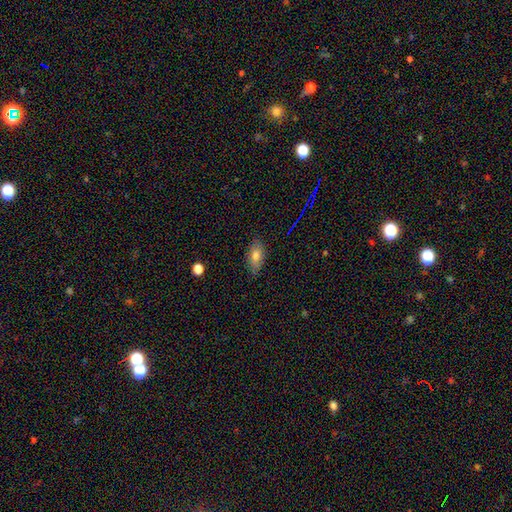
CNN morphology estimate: The model was most divided on "smooth or featured": smooth: 74%, featured or disk: 17%, star or artifact: 10%. More confident: how rounded — in between (87%); merging — none (82%).